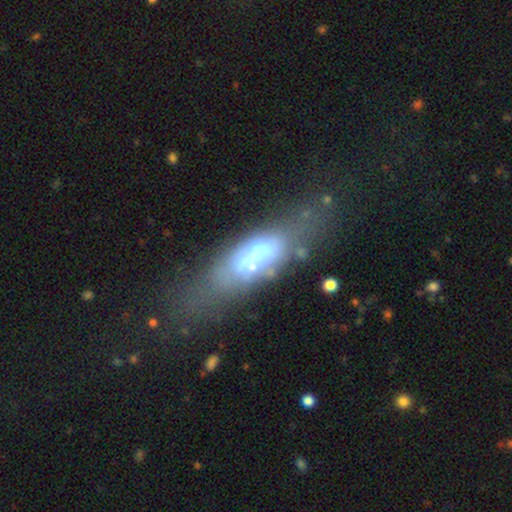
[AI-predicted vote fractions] This is possibly a featured or disk galaxy (46%). Merging: possibly none (45%).